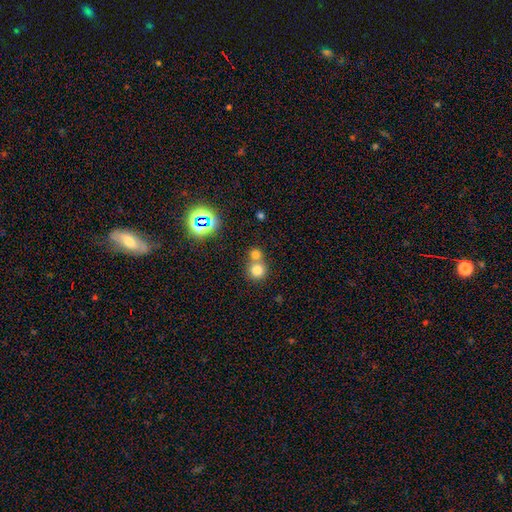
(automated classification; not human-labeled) Morphology: type=smooth (72%); roundness=round (90%); merging=none (50%).